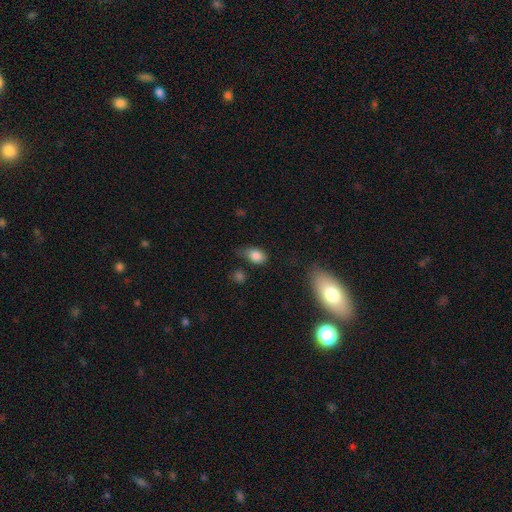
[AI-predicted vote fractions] Overall: smooth (84%). How rounded: in between (79%). Merging: none (54%; minor disturbance 33%).